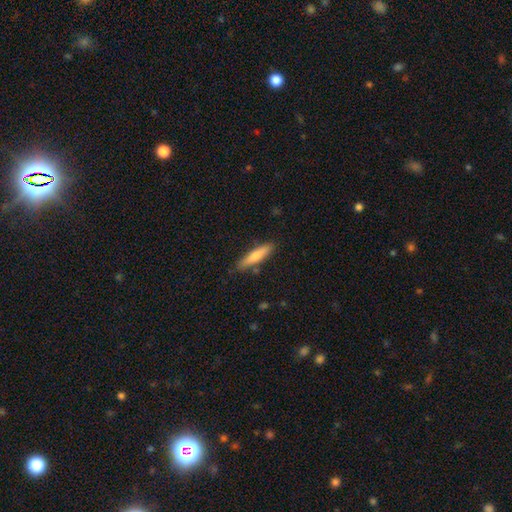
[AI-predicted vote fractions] smooth 68%, featured or disk 26%, star or artifact 6%. Down the decision tree: how rounded — cigar-shaped (83%); merging — none (85%).